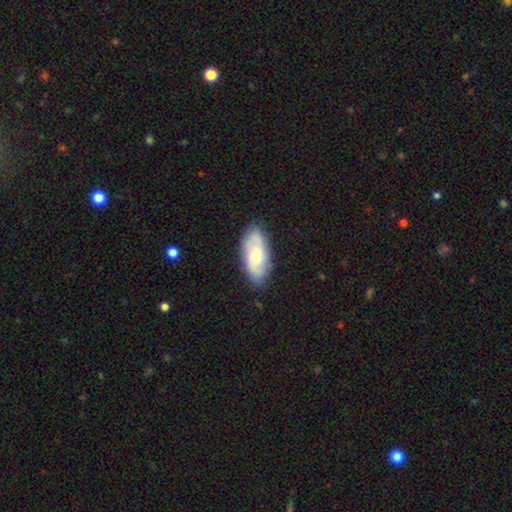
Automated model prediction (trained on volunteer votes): This appears to be a smooth galaxy with no disk features (47%). Merging: none (81%).